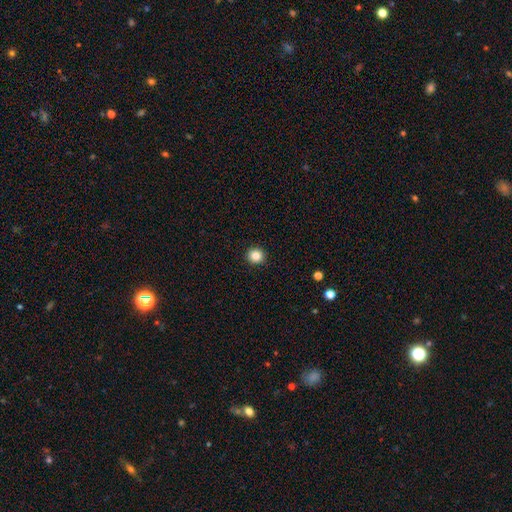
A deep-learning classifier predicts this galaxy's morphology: A smooth galaxy with no disk features (85%) that is round (92%).

Vote fractions:
- Smooth or featured? smooth: 85% / star or artifact: 11% / featured or disk: 4%
- How rounded? round: 92% / in between: 7% / cigar-shaped: 1%
- Merging? none: 93% / minor disturbance: 4% / major disturbance: 2% / merger: 1%